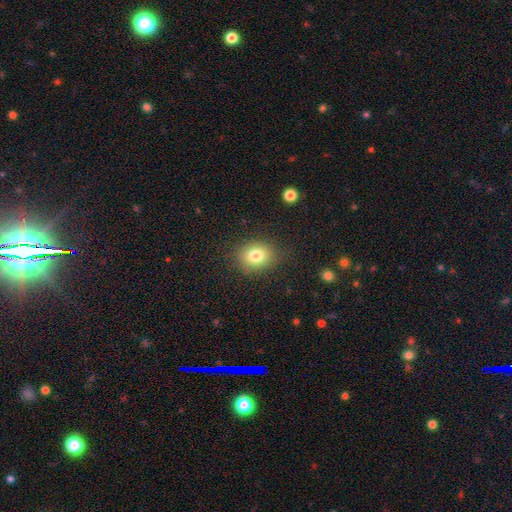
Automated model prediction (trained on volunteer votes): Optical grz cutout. It shows a smooth galaxy with no disk features (80%) that is round (56%). Merging: none (83%).